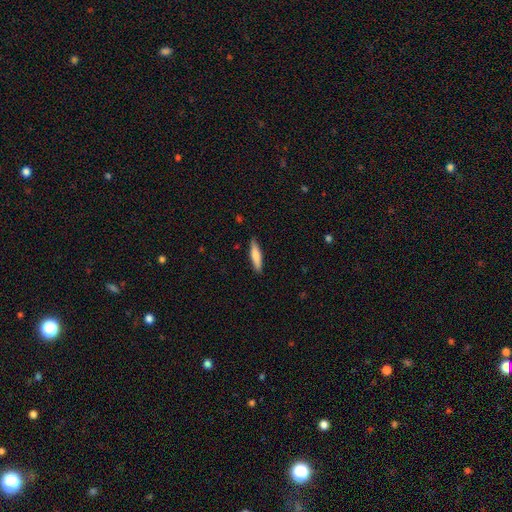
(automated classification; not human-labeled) smooth_or_featured: smooth (p=0.75) [alt: featured or disk p=0.19]
how_rounded: cigar-shaped (p=0.79) [alt: in between p=0.19]
merging: none (p=0.88) [alt: minor disturbance p=0.09]